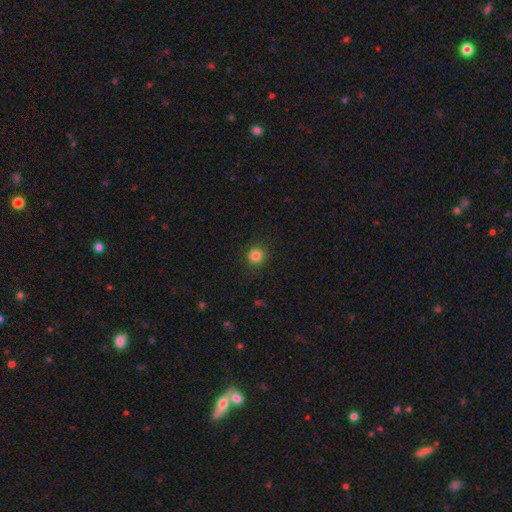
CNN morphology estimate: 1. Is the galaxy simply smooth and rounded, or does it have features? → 83% smooth, 12% star or artifact, 5% featured or disk.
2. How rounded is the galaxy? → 91% round, 9% in between, 1% cigar-shaped.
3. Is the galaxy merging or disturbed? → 90% none, 7% minor disturbance, 2% major disturbance, 1% merger.